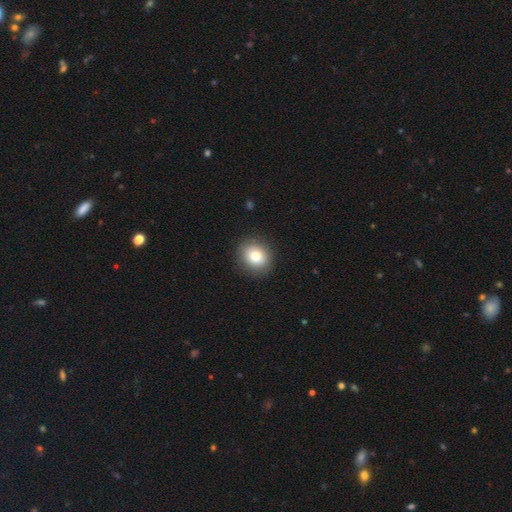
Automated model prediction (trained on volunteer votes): Q: Smooth or featured?
A: smooth (79%); runner-up: featured or disk (11%)
Q: How rounded?
A: round (77%); runner-up: in between (22%)
Q: Merging?
A: none (89%); runner-up: minor disturbance (7%)